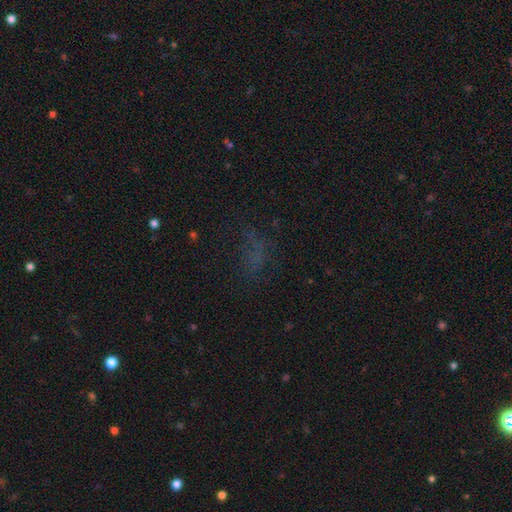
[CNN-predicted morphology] smooth_or_featured: smooth (p=0.40) [alt: star or artifact p=0.39]
merging: none (p=0.52) [alt: major disturbance p=0.26]